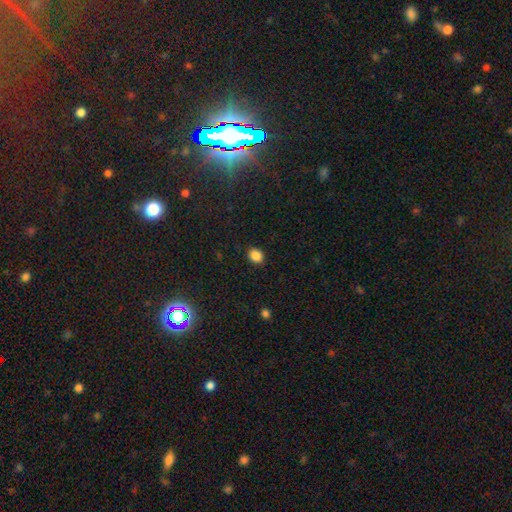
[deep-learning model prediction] Overall: smooth (86%). How rounded: round (59%; in between 41%). Merging: none (87%).